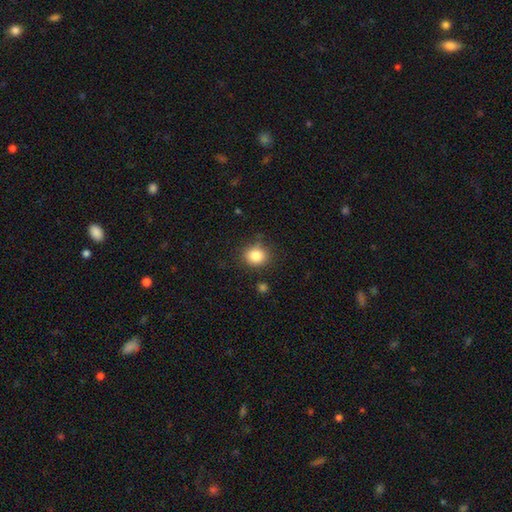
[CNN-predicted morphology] Smooth or featured?
  - smooth: 84% *
  - star or artifact: 10%
  - featured or disk: 5%
How rounded?
  - round: 77% *
  - in between: 23%
  - cigar-shaped: 1%
Merging?
  - none: 80% *
  - minor disturbance: 13%
  - major disturbance: 4%
  - merger: 3%